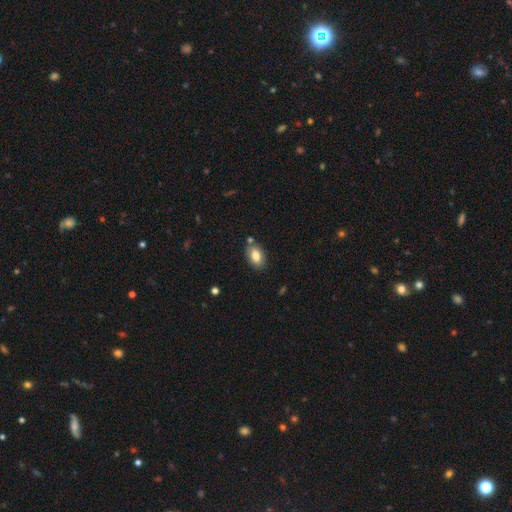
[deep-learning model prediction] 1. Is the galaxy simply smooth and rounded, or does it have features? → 82% smooth, 11% featured or disk, 8% star or artifact.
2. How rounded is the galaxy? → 90% in between, 8% round, 2% cigar-shaped.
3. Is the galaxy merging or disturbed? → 79% none, 12% minor disturbance, 6% merger, 3% major disturbance.